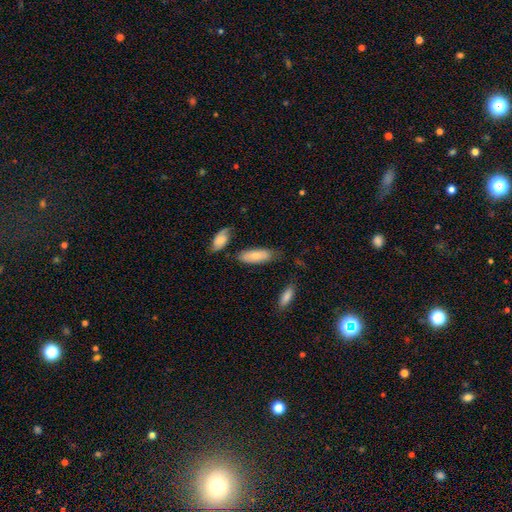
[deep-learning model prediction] smooth_or_featured: smooth (p=0.75) [alt: featured or disk p=0.19]
how_rounded: in between (p=0.72) [alt: cigar-shaped p=0.26]
merging: none (p=0.68) [alt: minor disturbance p=0.22]